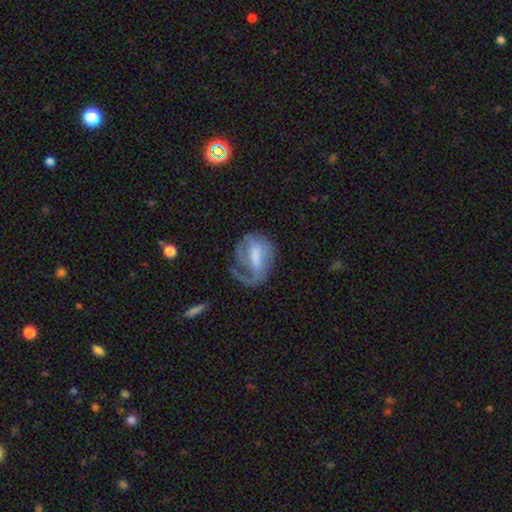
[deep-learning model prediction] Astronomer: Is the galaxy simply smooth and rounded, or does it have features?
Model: featured or disk — 61%.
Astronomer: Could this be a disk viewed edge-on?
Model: no — 96%.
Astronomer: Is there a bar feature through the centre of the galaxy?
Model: weak — 43% (runner-up: strong, 33%).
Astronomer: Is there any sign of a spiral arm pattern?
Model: yes — 66%.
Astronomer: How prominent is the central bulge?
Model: moderate — 35% (runner-up: none, 27%).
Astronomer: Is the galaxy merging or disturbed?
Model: major disturbance — 41% (runner-up: none, 35%).